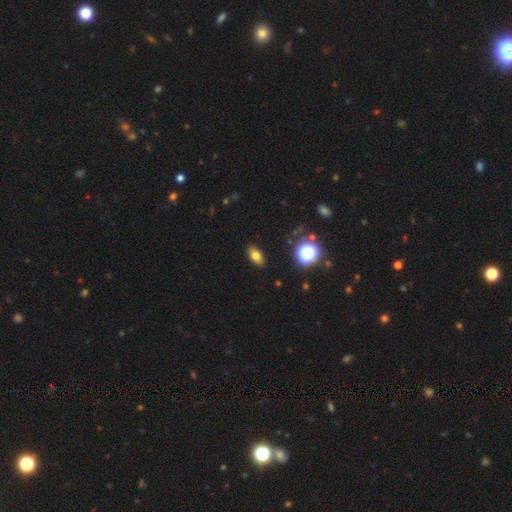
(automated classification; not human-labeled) The model was most divided on "smooth or featured": smooth: 76%, star or artifact: 13%, featured or disk: 10%. More confident: merging — none (88%); how rounded — in between (87%).